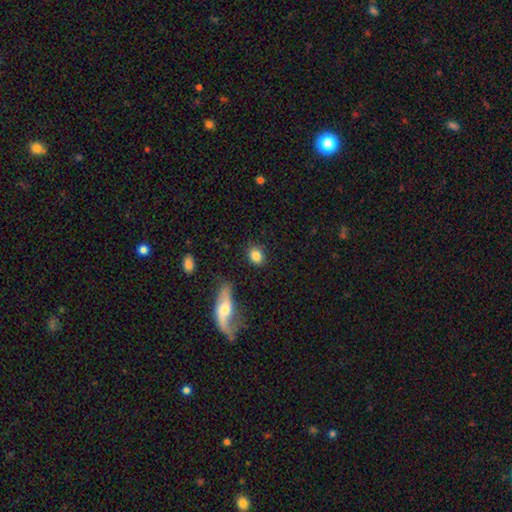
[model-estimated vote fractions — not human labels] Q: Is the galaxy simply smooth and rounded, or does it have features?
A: smooth — 84%.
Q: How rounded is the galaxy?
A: round — 55%.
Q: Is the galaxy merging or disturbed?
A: none — 84%.